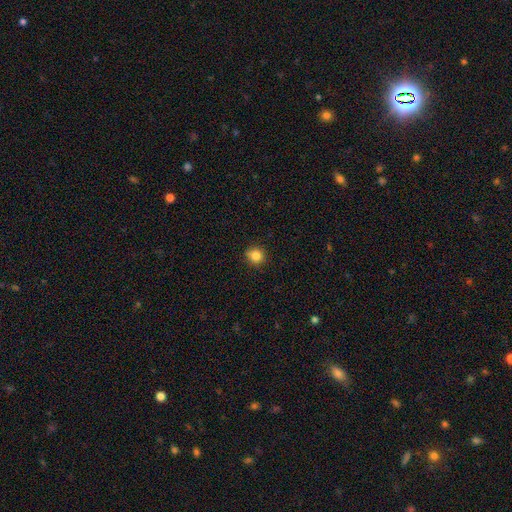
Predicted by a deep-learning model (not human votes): Q: Smooth or featured?
A: smooth (83%); runner-up: star or artifact (11%)
Q: How rounded?
A: round (90%); runner-up: in between (9%)
Q: Merging?
A: none (81%); runner-up: minor disturbance (14%)